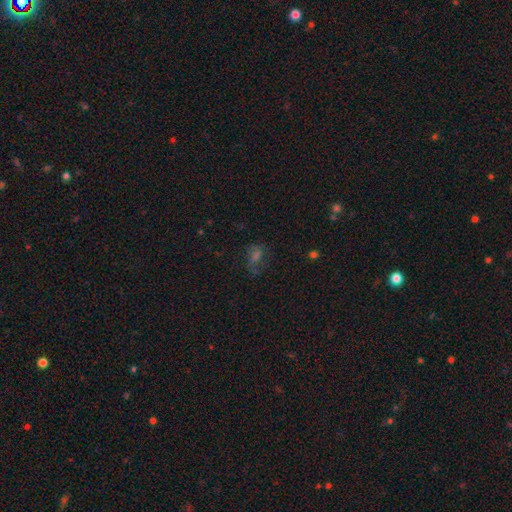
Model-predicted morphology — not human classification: type=smooth (37%); merging=none (58%).